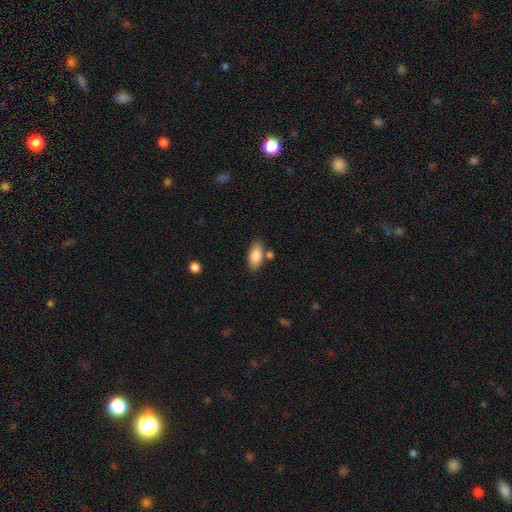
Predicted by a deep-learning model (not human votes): Smooth or featured?
  - smooth: 84% *
  - featured or disk: 9%
  - star or artifact: 7%
How rounded?
  - in between: 90% *
  - cigar-shaped: 7%
  - round: 3%
Merging?
  - none: 76% *
  - minor disturbance: 12%
  - merger: 9%
  - major disturbance: 3%